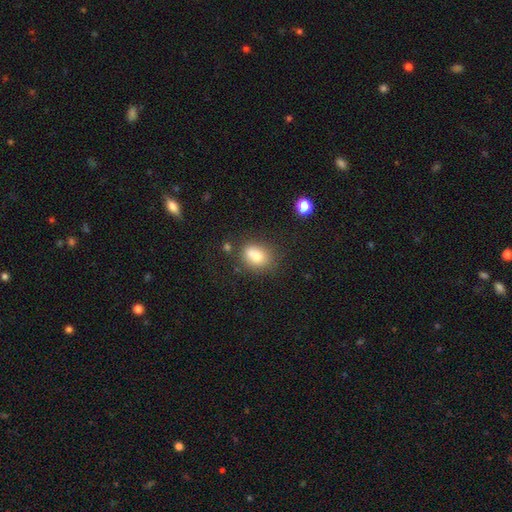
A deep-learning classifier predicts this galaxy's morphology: Smooth or featured?
  - smooth: 77% *
  - featured or disk: 13%
  - star or artifact: 11%
How rounded?
  - in between: 66% *
  - round: 33%
  - cigar-shaped: 2%
Merging?
  - none: 56% *
  - minor disturbance: 20%
  - merger: 18%
  - major disturbance: 7%